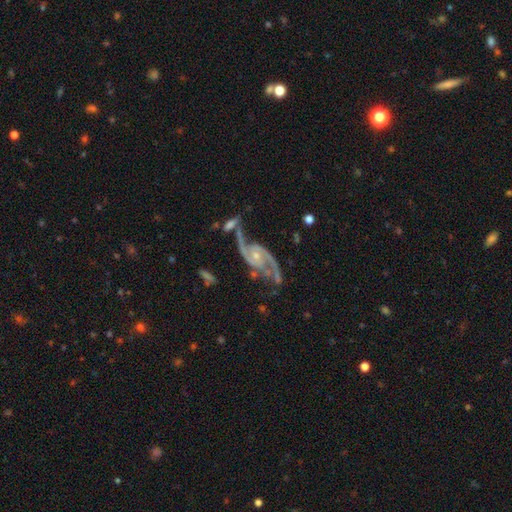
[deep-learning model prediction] Q: Smooth or featured?
A: featured or disk (93%); runner-up: star or artifact (4%)
Q: Edge-on disk?
A: no (97%); runner-up: yes (3%)
Q: Bar?
A: no (61%); runner-up: weak (29%)
Q: Spiral arms?
A: yes (98%); runner-up: no (2%)
Q: Spiral winding?
A: medium (48%); runner-up: loose (38%)
Q: Spiral arm count?
A: 2 (92%); runner-up: 3 (2%)
Q: Bulge size?
A: small (66%); runner-up: moderate (29%)
Q: Merging?
A: none (48%); runner-up: minor disturbance (21%)